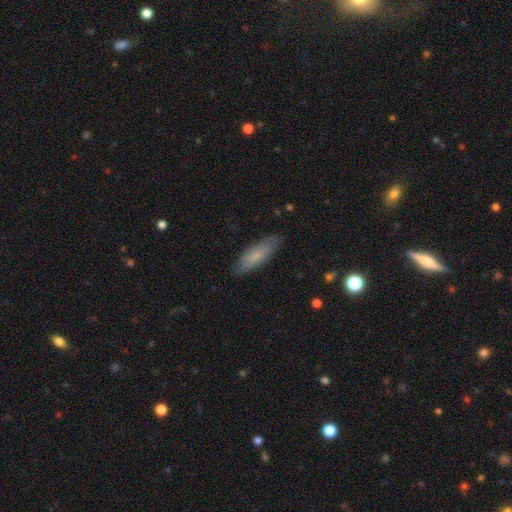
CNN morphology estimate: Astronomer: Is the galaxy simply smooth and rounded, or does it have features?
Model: smooth — 73%.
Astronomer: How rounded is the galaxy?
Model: cigar-shaped — 51% (runner-up: in between, 47%).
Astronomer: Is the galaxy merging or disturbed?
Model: none — 84%.